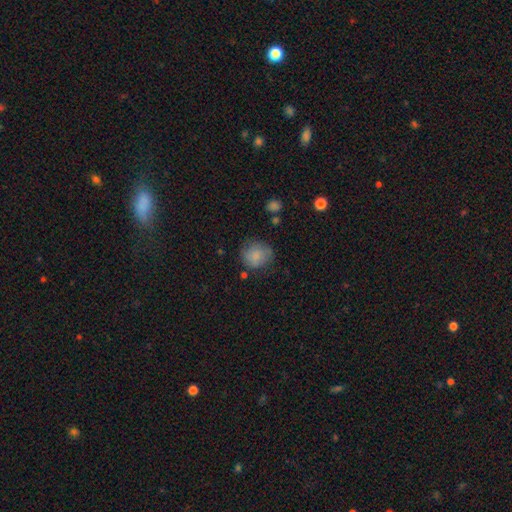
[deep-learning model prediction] smooth 80%, featured or disk 12%, star or artifact 8%. Down the decision tree: how rounded — round (81%); merging — none (69%).